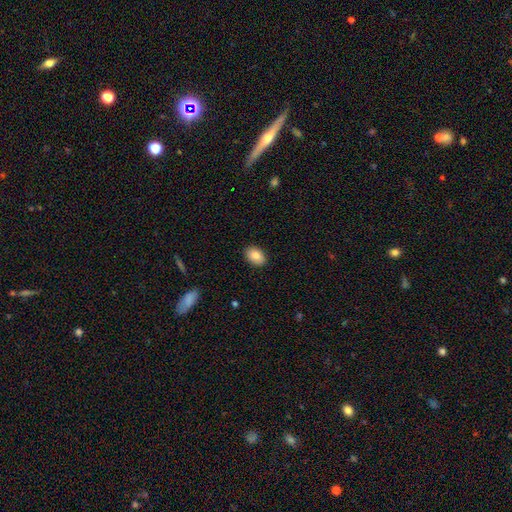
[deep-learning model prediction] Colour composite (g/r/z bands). It shows a smooth galaxy with no disk features (86%) that is in between round and cigar-shaped (83%). Merging: none (89%).